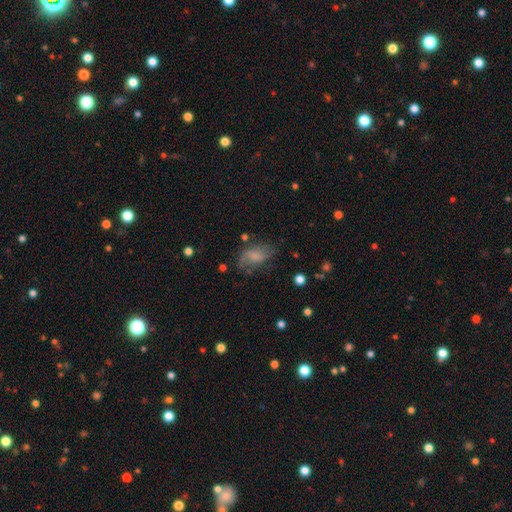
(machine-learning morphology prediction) Overall: smooth (52%; featured or disk 38%). How rounded: in between (87%). Merging: none (49%; minor disturbance 27%).